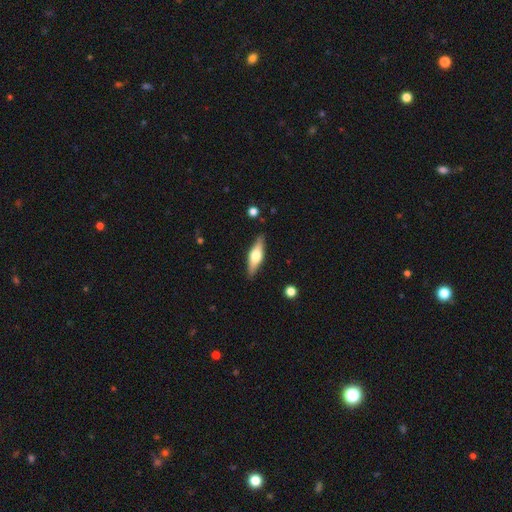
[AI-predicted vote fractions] Q: Smooth or featured?
A: featured or disk (54%); runner-up: smooth (40%)
Q: Edge-on disk?
A: yes (93%); runner-up: no (7%)
Q: Merging?
A: none (88%); runner-up: minor disturbance (9%)